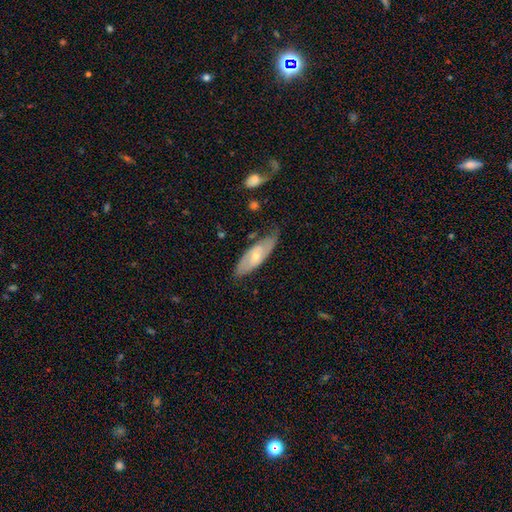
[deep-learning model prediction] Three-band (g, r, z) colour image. It shows a featured or disk galaxy (53%). Merging: none (66%).